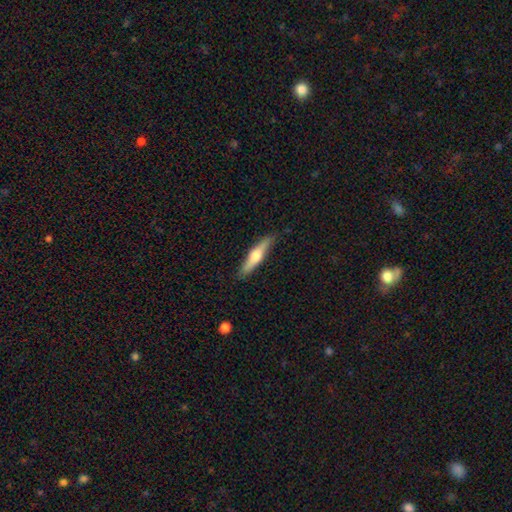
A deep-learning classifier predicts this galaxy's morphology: type=featured or disk (48%); merging=none (85%).